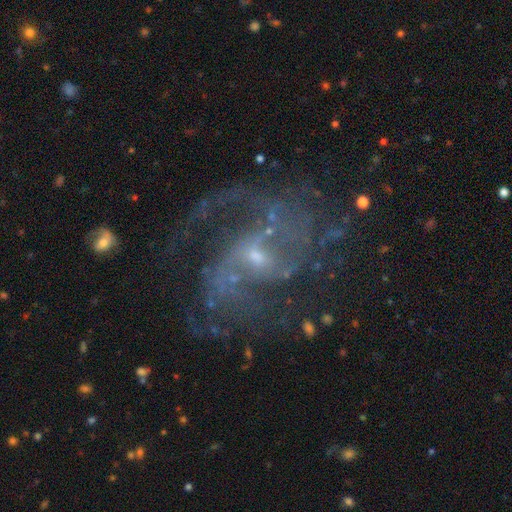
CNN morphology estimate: Smooth or featured: featured or disk — 84% (star or artifact — 11%)
Edge-on disk: no — 97% (yes — 3%)
Bar: weak — 47% (no — 39%)
Spiral arms: yes — 93% (no — 7%)
Spiral winding: medium — 46% (loose — 34%)
Spiral arm count: 2 — 39% (can't tell — 23%)
Bulge size: small — 73% (moderate — 19%)
Merging: none — 63% (major disturbance — 18%)